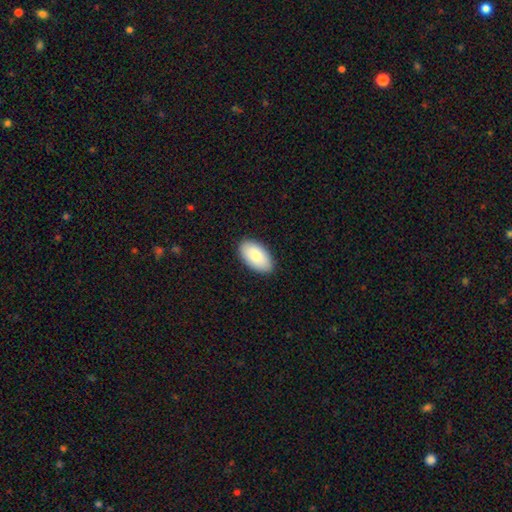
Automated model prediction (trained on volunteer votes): smooth_or_featured: smooth (p=0.84) [alt: featured or disk p=0.10]
how_rounded: in between (p=0.96) [alt: round p=0.03]
merging: none (p=0.89) [alt: minor disturbance p=0.09]